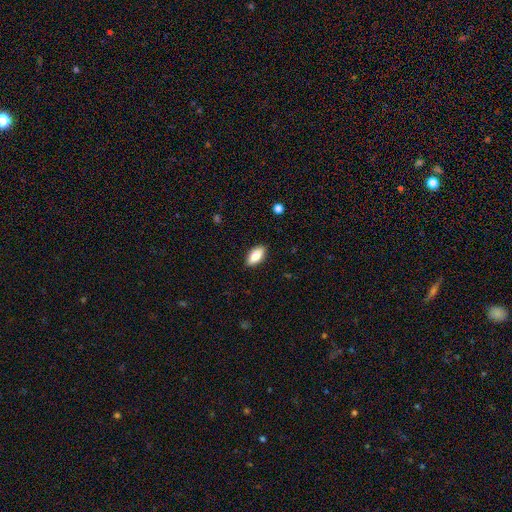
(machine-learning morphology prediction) This is clearly a smooth galaxy (83%). How rounded: clearly in between (90%). Merging: clearly none (88%).